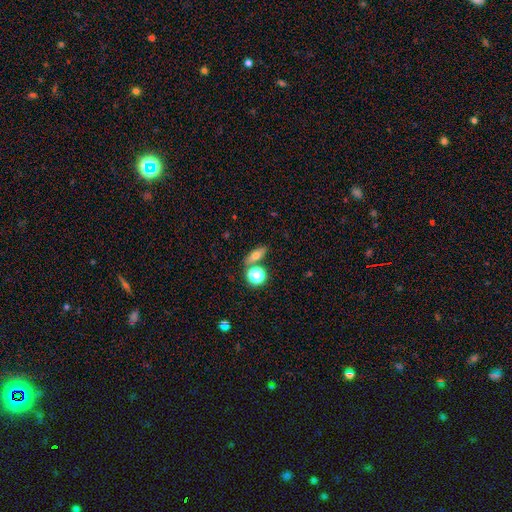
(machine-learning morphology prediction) type=smooth (63%); roundness=in between (54%); merging=none (73%).